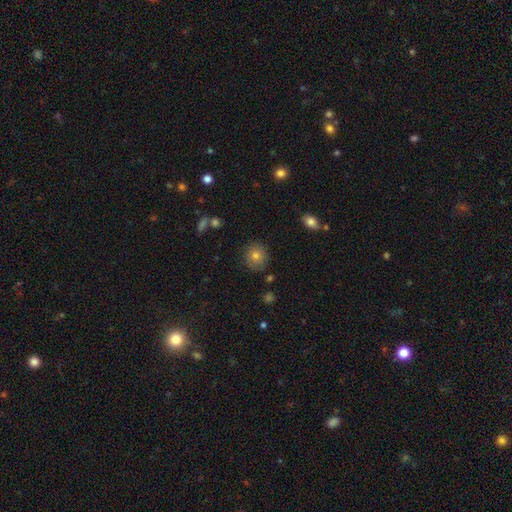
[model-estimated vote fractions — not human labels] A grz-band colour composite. It shows a smooth galaxy with no disk features (77%) that is round (87%). Merging: none (85%).